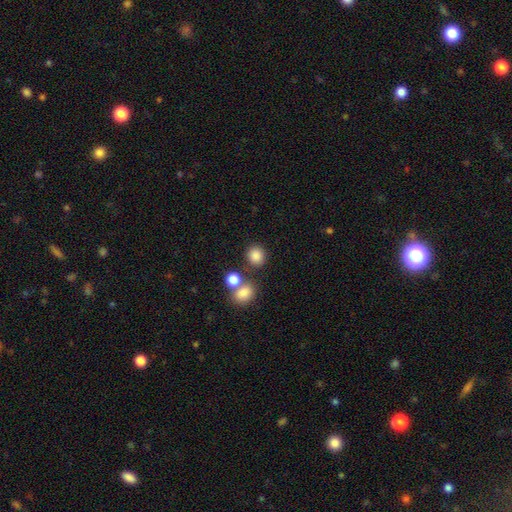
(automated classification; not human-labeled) Morphology: type=smooth (85%); roundness=round (82%); merging=none (75%).